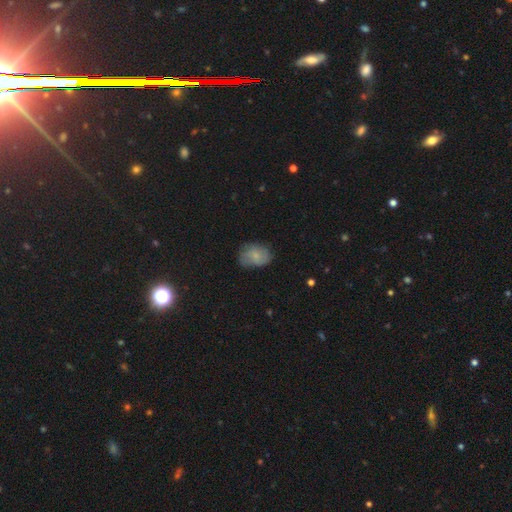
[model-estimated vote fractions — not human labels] A smooth galaxy with no disk features (67%) that is in between round and cigar-shaped (74%).

Vote fractions:
- Smooth or featured? smooth: 67% / featured or disk: 25% / star or artifact: 8%
- How rounded? in between: 74% / round: 24% / cigar-shaped: 1%
- Merging? none: 63% / minor disturbance: 27% / major disturbance: 8% / merger: 1%